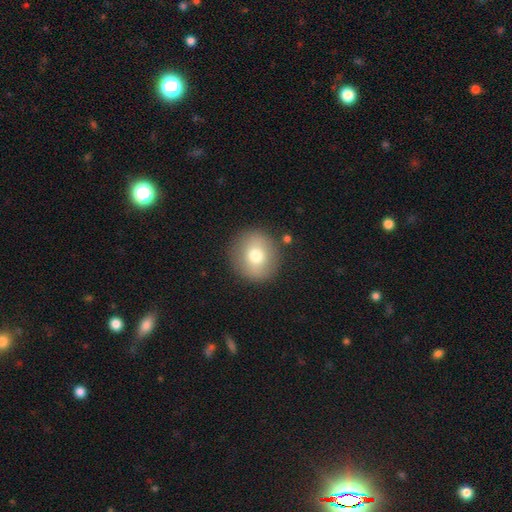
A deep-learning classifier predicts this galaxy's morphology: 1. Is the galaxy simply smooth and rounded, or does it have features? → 73% smooth, 17% featured or disk, 9% star or artifact.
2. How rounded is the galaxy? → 90% round, 9% in between, 1% cigar-shaped.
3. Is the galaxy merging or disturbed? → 88% none, 8% minor disturbance, 3% major disturbance, 2% merger.